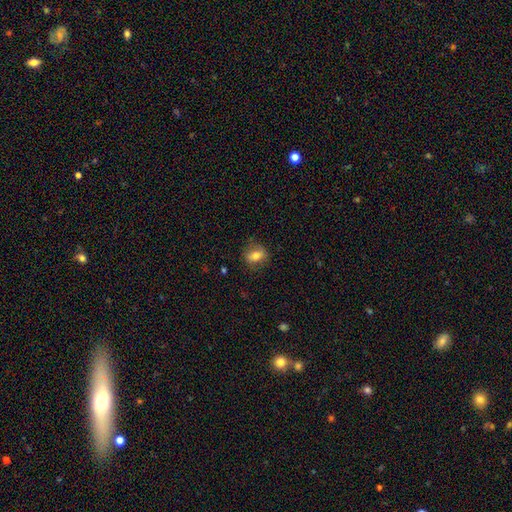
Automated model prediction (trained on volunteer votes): smooth_or_featured: smooth (p=0.69) [alt: featured or disk p=0.22]
how_rounded: in between (p=0.59) [alt: round p=0.38]
merging: none (p=0.78) [alt: minor disturbance p=0.16]